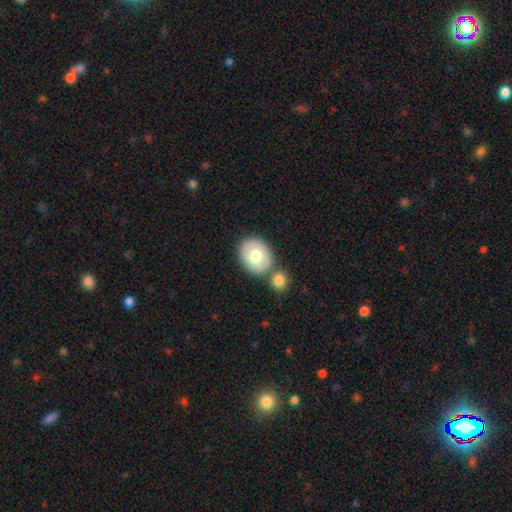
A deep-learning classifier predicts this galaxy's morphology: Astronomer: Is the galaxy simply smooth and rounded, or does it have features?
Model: smooth — 67%.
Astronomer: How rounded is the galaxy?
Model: round — 52% (runner-up: in between, 47%).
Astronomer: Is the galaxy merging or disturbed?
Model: none — 61%.